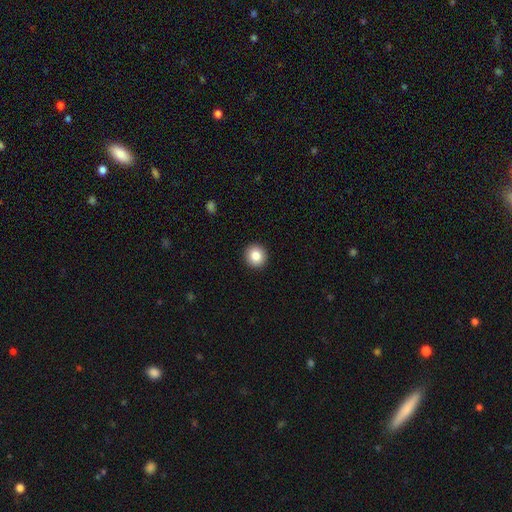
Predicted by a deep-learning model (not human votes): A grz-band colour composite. It shows a smooth galaxy with no disk features (85%) that is round (93%). Merging: none (94%).